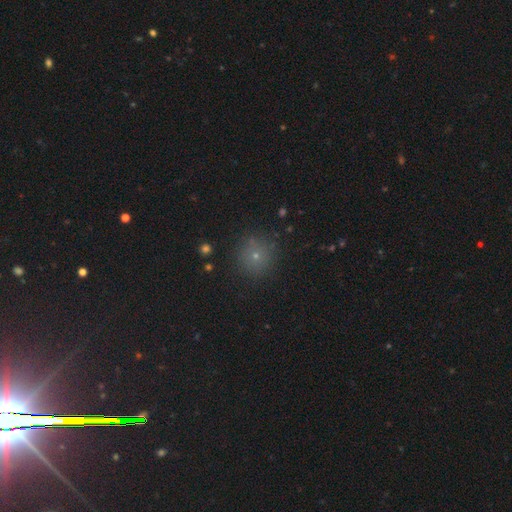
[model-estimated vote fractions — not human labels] A smooth galaxy with no disk features (67%) that is round (93%). Merging: none (86%).